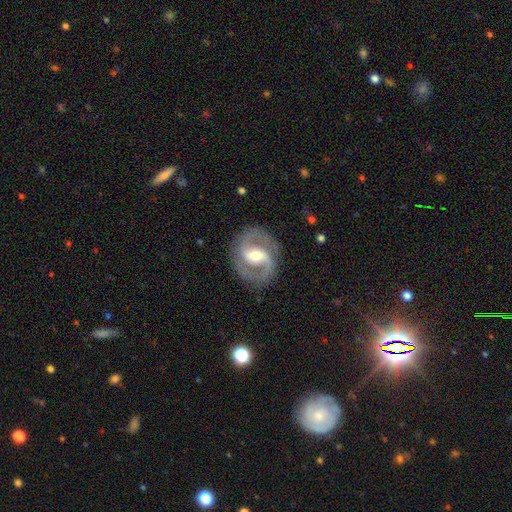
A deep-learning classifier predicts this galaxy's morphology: Smooth or featured: featured or disk — 89% (smooth — 7%)
Edge-on disk: no — 98% (yes — 2%)
Bar: weak — 43% (strong — 39%)
Spiral arms: yes — 96% (no — 4%)
Spiral winding: medium — 60% (tight — 22%)
Spiral arm count: 2 — 93% (can't tell — 2%)
Bulge size: moderate — 60% (small — 29%)
Merging: none — 85% (minor disturbance — 9%)